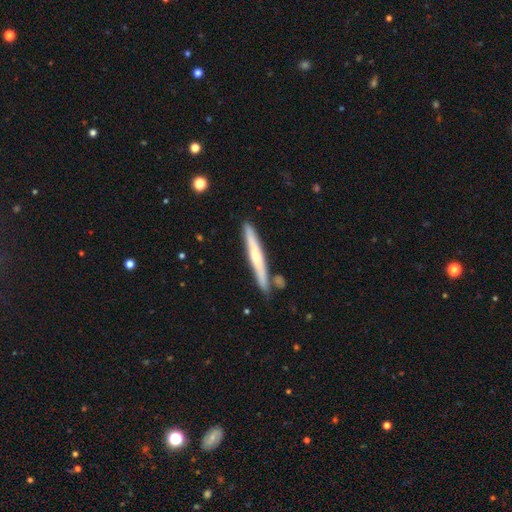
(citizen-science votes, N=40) Volunteers were most divided on "edge-on bulge": rounded: 54%, none: 42%, boxy: 4%. More confident: edge-on disk — yes (92%); merging — none (86%); smooth or featured — featured or disk (65%).